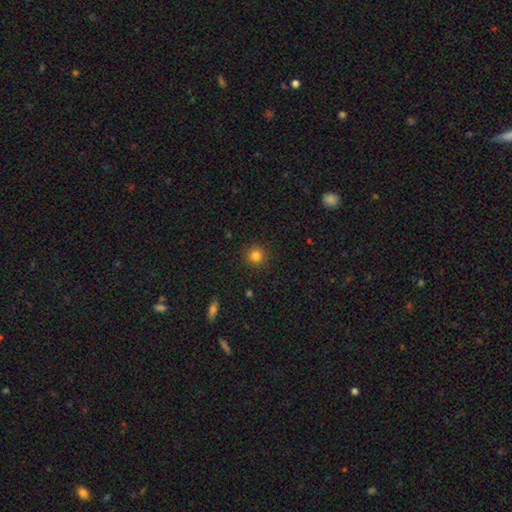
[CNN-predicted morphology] The model was most divided on "smooth or featured": smooth: 83%, star or artifact: 12%, featured or disk: 5%. More confident: how rounded — round (94%); merging — none (91%).